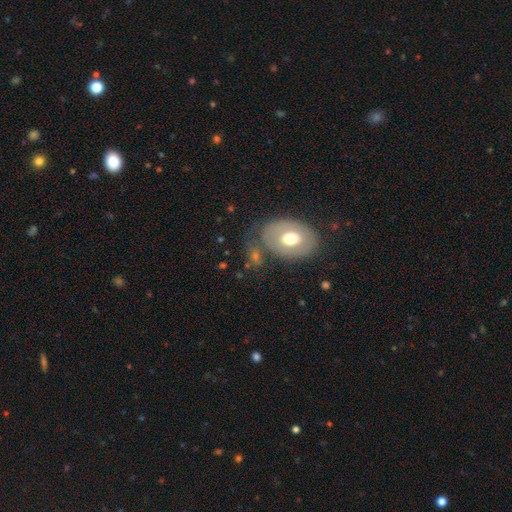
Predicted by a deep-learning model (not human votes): Smooth or featured?
  - smooth: 45% * (tied)
  - featured or disk: 45% * (tied)
  - star or artifact: 9%
Merging?
  - none: 65% *
  - minor disturbance: 18%
  - merger: 9%
  - major disturbance: 8%